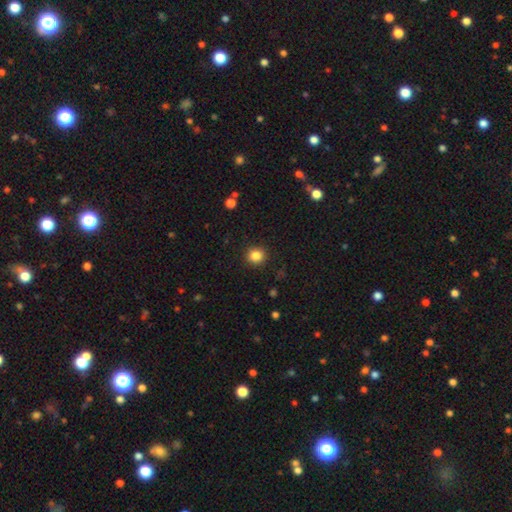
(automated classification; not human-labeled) Morphology: type=smooth (84%); roundness=round (89%); merging=none (91%).